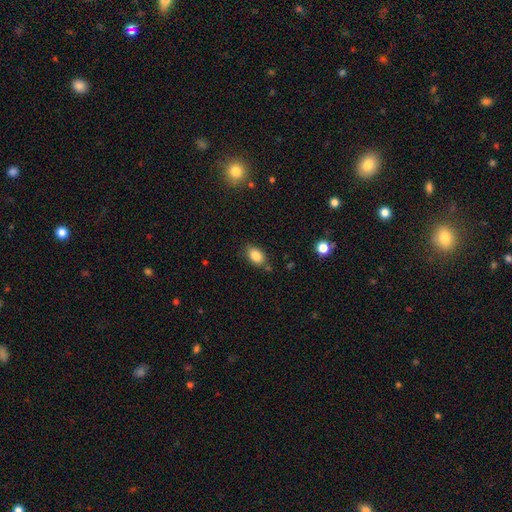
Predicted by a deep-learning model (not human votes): This is clearly a smooth galaxy (85%). How rounded: clearly in between (88%). Merging: likely none (78%).